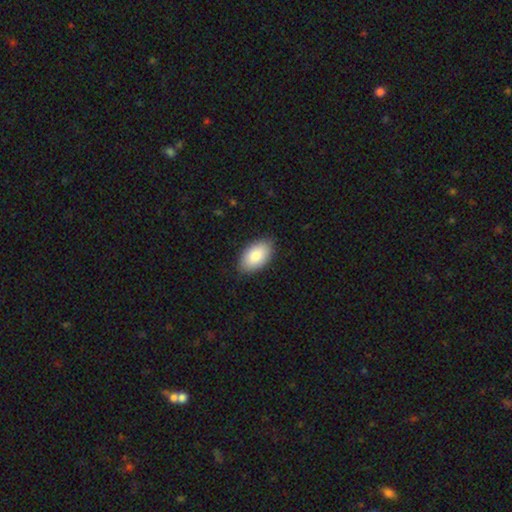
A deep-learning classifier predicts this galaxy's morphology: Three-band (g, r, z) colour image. It shows a smooth galaxy with no disk features (86%) that is in between round and cigar-shaped (94%). Merging: none (85%).